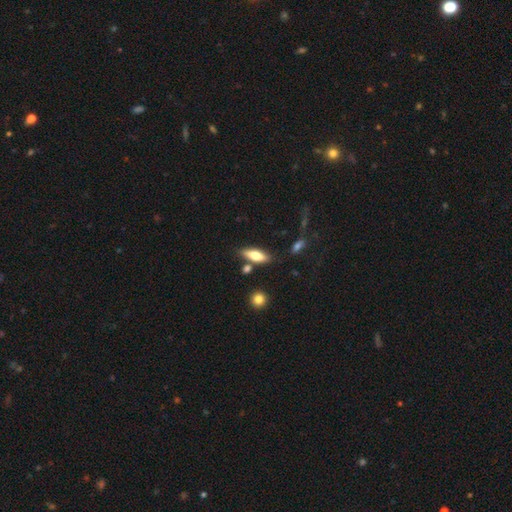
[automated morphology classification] smooth-or-featured: smooth: 67% | featured or disk: 27% | star or artifact: 7%
  how-rounded: in between: 54% | cigar-shaped: 44% | round: 3%
  merging: none: 74% | minor disturbance: 14% | merger: 8% | major disturbance: 3%